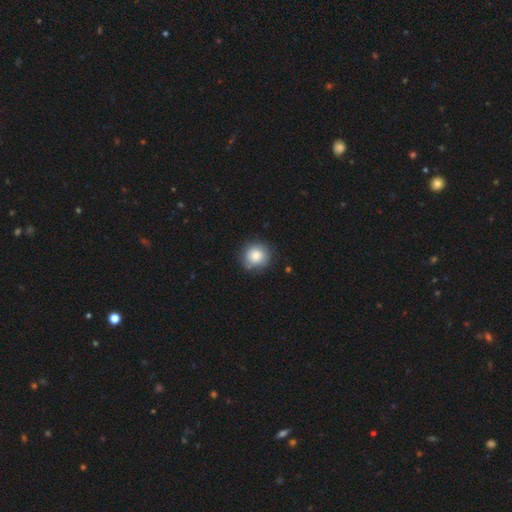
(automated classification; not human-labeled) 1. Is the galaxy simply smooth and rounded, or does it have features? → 81% smooth, 11% featured or disk, 8% star or artifact.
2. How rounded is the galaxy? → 91% round, 8% in between, 1% cigar-shaped.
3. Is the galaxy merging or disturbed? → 78% none, 16% minor disturbance, 4% major disturbance, 2% merger.